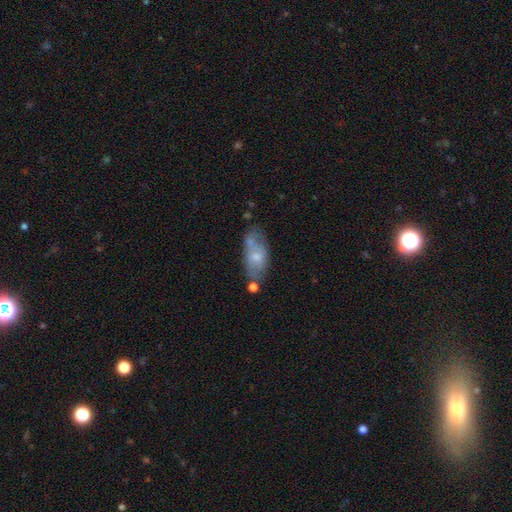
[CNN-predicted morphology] This appears to be a smooth galaxy with no disk features (54%) that is in between round and cigar-shaped (84%). Merging: none (47%).